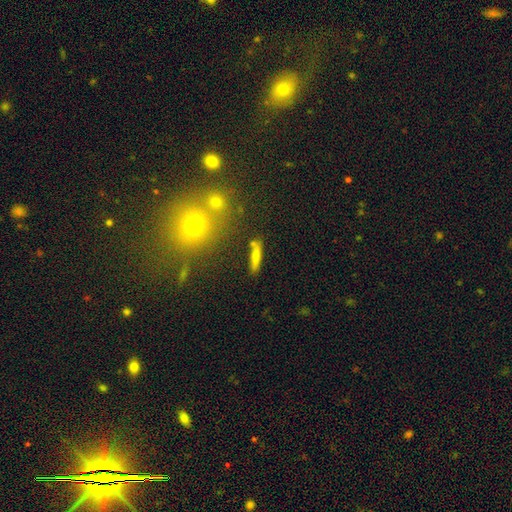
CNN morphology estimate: smooth_or_featured: smooth (p=0.70) [alt: featured or disk p=0.20]
how_rounded: cigar-shaped (p=0.81) [alt: in between p=0.15]
merging: none (p=0.76) [alt: minor disturbance p=0.12]